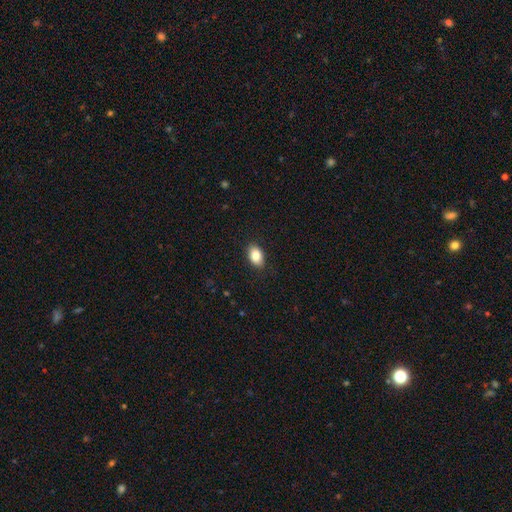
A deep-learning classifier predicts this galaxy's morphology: This is clearly a smooth galaxy (84%). How rounded: clearly in between (87%). Merging: clearly none (87%).